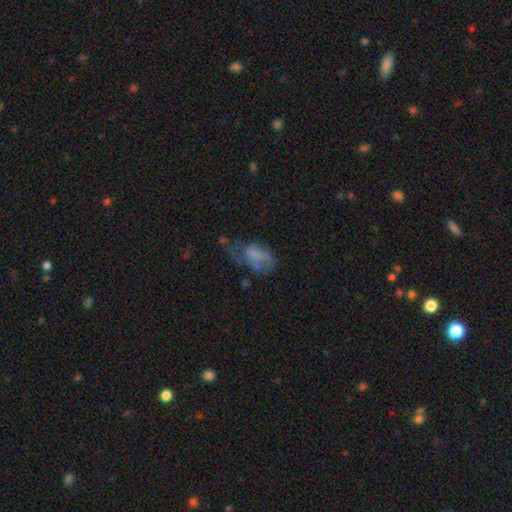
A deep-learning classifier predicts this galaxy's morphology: smooth-or-featured: smooth: 57% | featured or disk: 33% | star or artifact: 11%
  how-rounded: in between: 89% | round: 9% | cigar-shaped: 3%
  merging: major disturbance: 45% | minor disturbance: 26% | none: 23% | merger: 7%